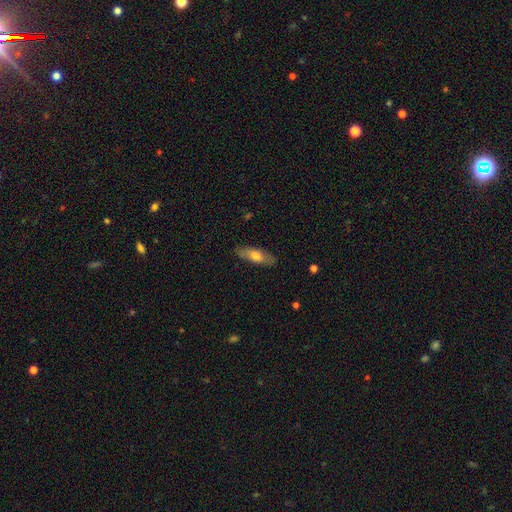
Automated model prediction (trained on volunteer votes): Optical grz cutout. It shows a smooth galaxy with no disk features (62%) that is in between round and cigar-shaped (60%). Merging: none (84%).